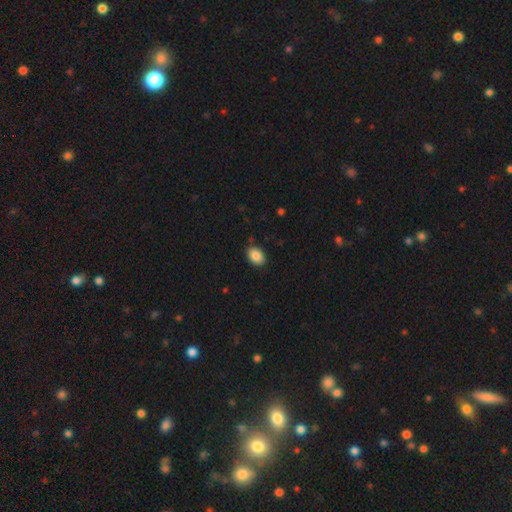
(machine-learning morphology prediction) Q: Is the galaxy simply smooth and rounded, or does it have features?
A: smooth — 88%.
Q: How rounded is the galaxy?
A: in between — 82%.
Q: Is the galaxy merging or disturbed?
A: none — 87%.